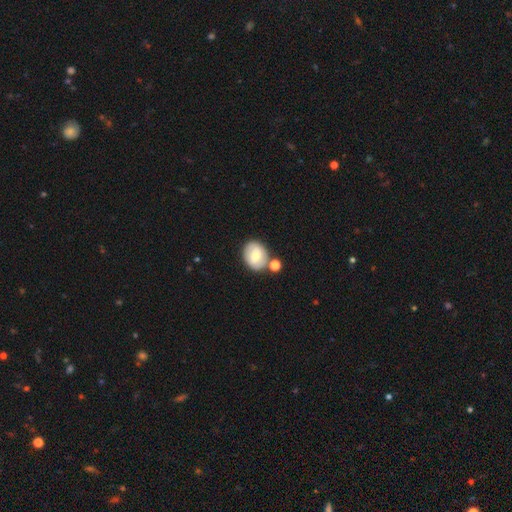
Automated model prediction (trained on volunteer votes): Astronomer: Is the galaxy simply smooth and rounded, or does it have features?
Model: smooth — 67%.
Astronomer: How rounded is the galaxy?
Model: round — 50% (runner-up: in between, 48%).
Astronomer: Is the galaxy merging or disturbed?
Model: none — 65%.